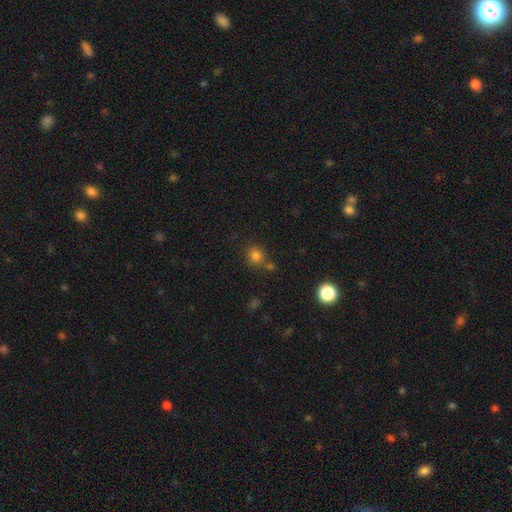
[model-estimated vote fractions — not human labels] Overall: smooth (80%). How rounded: round (81%). Merging: none (66%).